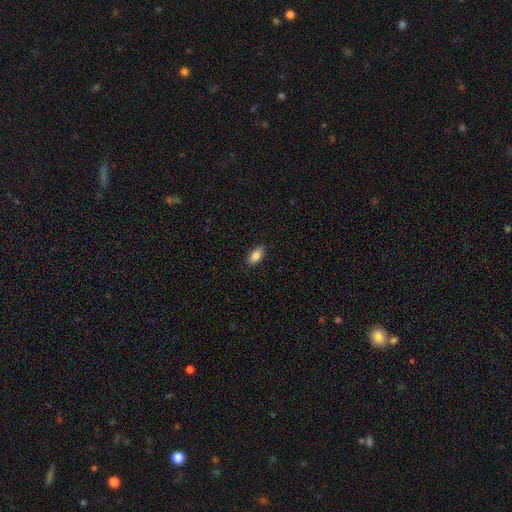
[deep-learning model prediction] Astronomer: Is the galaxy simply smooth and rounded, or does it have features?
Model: smooth — 83%.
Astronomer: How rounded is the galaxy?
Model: in between — 89%.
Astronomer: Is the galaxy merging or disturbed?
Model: none — 87%.